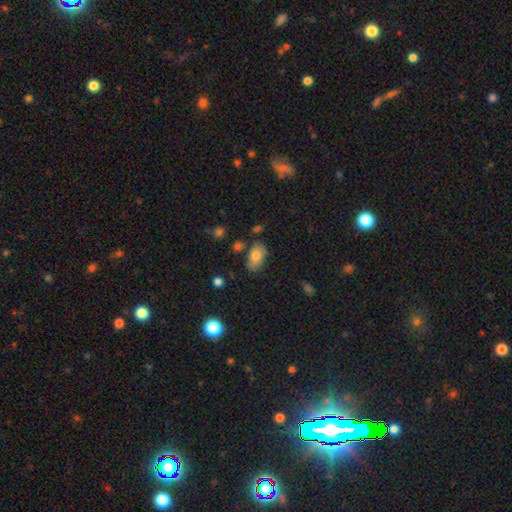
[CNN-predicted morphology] This is likely a smooth galaxy (77%). How rounded: clearly in between (90%). Merging: likely none (67%).